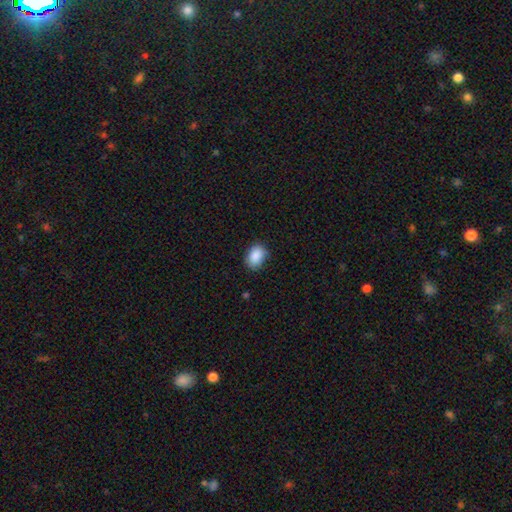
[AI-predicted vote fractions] Q: Smooth or featured?
A: smooth (89%); runner-up: star or artifact (7%)
Q: How rounded?
A: in between (81%); runner-up: round (18%)
Q: Merging?
A: none (81%); runner-up: minor disturbance (15%)